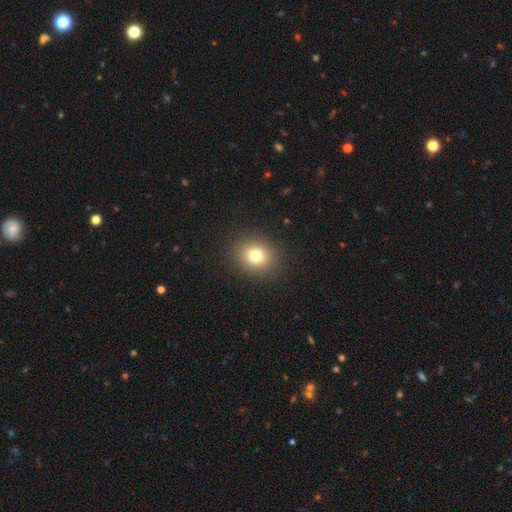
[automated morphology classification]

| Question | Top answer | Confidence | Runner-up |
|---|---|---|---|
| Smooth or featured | smooth | 77% | star or artifact (14%) |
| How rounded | round | 71% | in between (28%) |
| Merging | none | 90% | minor disturbance (6%) |